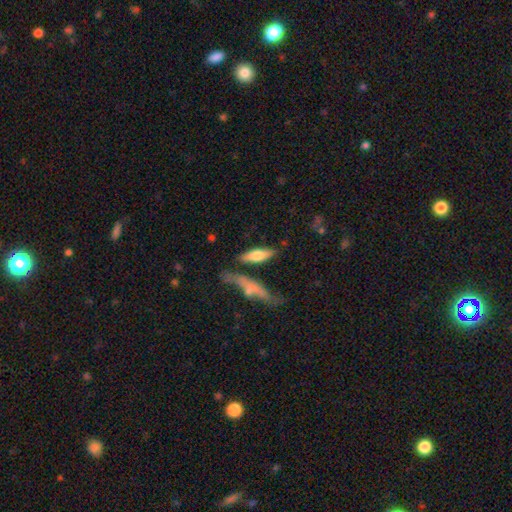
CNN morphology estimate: This appears to be a smooth galaxy with no disk features (63%) that is cigar-shaped (55%). Merging: none (65%).